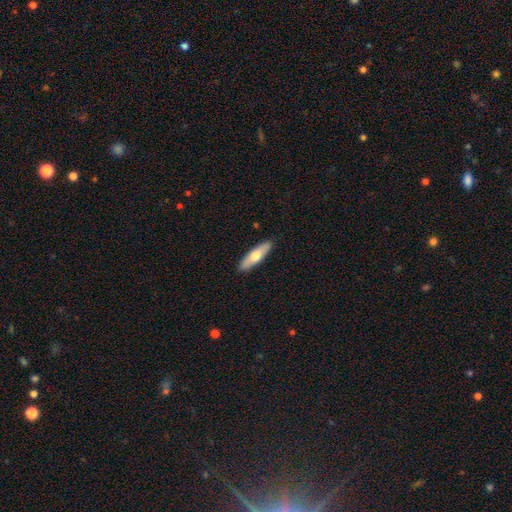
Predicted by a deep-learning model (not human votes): smooth_or_featured: smooth (p=0.62) [alt: featured or disk p=0.33]
how_rounded: cigar-shaped (p=0.61) [alt: in between p=0.37]
merging: none (p=0.90) [alt: minor disturbance p=0.08]